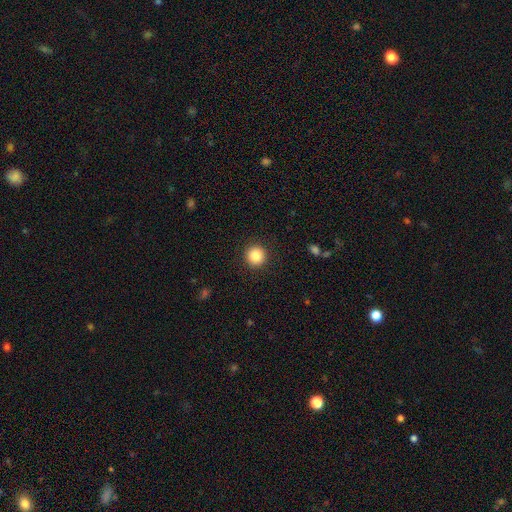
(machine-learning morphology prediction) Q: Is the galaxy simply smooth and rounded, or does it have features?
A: smooth — 85%.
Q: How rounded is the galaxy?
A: round — 95%.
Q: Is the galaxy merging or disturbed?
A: none — 92%.